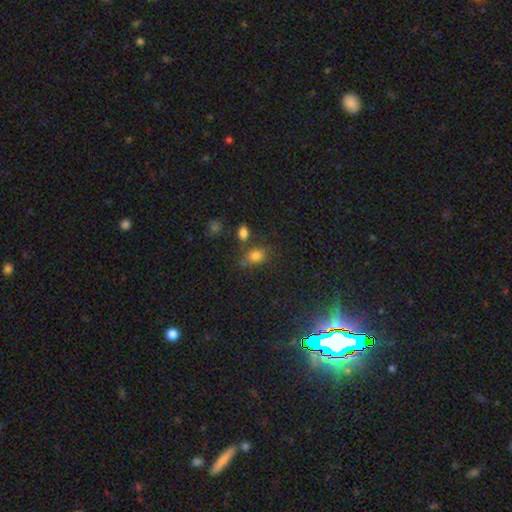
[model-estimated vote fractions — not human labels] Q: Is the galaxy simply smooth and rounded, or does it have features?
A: smooth — 78%.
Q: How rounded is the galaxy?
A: in between — 56%.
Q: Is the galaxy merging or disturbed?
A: none — 58%.